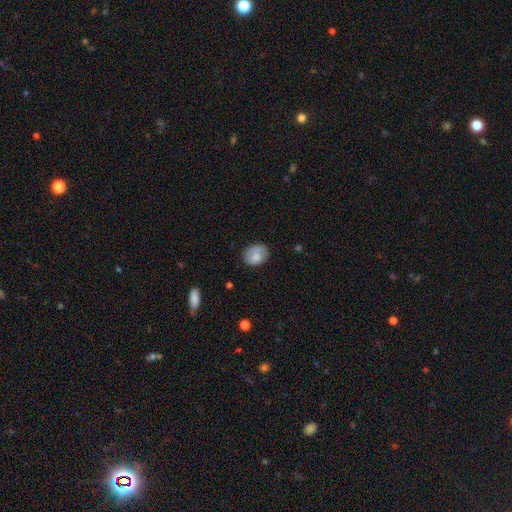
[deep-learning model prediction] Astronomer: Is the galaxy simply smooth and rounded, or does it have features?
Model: smooth — 75%.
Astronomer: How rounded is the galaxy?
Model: in between — 57% (runner-up: round, 42%).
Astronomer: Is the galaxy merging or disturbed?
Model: none — 65%.